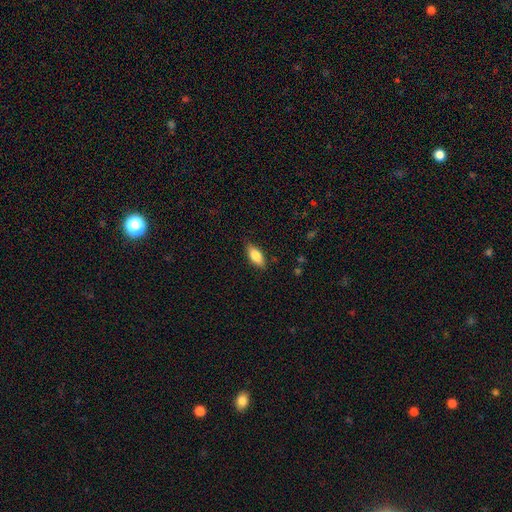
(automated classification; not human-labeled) Smooth or featured? Predicted: smooth (p=0.80). How rounded? Predicted: in between (p=0.81). Merging? Predicted: none (p=0.84).